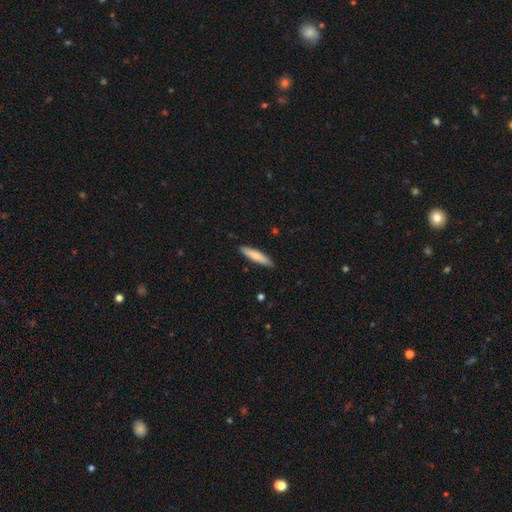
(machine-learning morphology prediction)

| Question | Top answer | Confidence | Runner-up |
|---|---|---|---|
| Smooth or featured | smooth | 77% | featured or disk (18%) |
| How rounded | cigar-shaped | 85% | in between (14%) |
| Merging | none | 89% | minor disturbance (8%) |